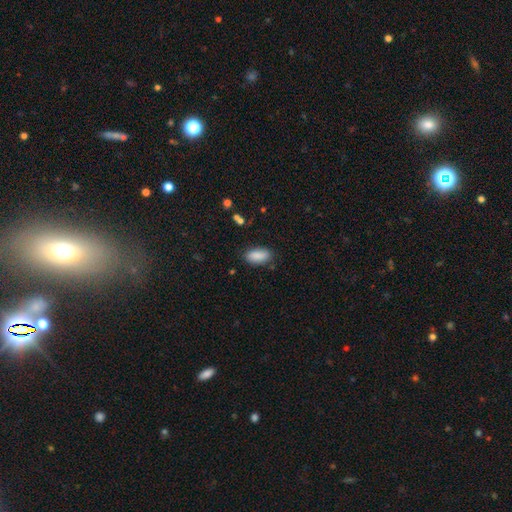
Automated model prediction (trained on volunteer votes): A smooth galaxy with no disk features (88%) that is in between round and cigar-shaped (91%). Merging: none (83%).